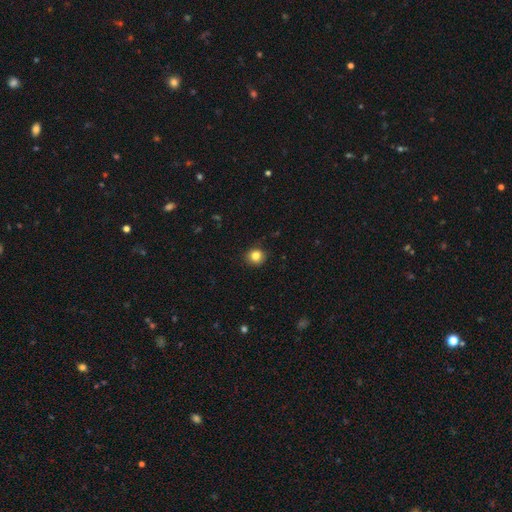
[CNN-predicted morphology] A smooth galaxy with no disk features (83%) that is round (89%).

Vote fractions:
- Smooth or featured? smooth: 83% / star or artifact: 11% / featured or disk: 6%
- How rounded? round: 89% / in between: 10% / cigar-shaped: 1%
- Merging? none: 88% / minor disturbance: 9% / major disturbance: 2% / merger: 1%